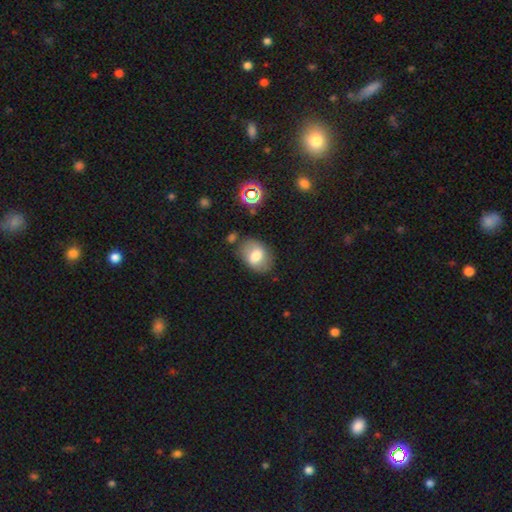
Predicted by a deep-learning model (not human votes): Morphology: type=smooth (70%); roundness=in between (71%); merging=none (74%).